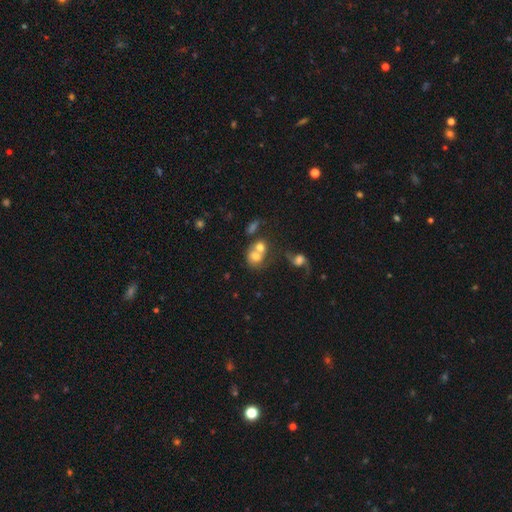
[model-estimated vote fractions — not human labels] smooth_or_featured: smooth (p=0.60) [alt: featured or disk p=0.29]
how_rounded: round (p=0.56) [alt: in between p=0.43]
merging: merger (p=0.61) [alt: none p=0.24]